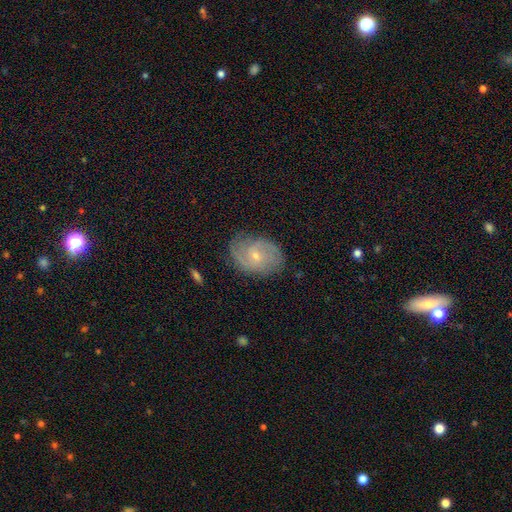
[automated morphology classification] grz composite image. It shows a featured or disk galaxy (76%) with no bar (57%), 2 (52%) medium (43%) spiral arms (93%) and a small central bulge (68%). Merging: none (76%).